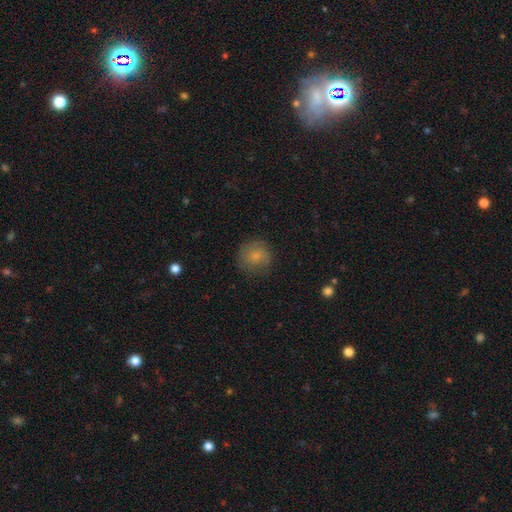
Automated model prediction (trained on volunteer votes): Morphology: type=smooth (78%); roundness=round (89%); merging=none (75%).